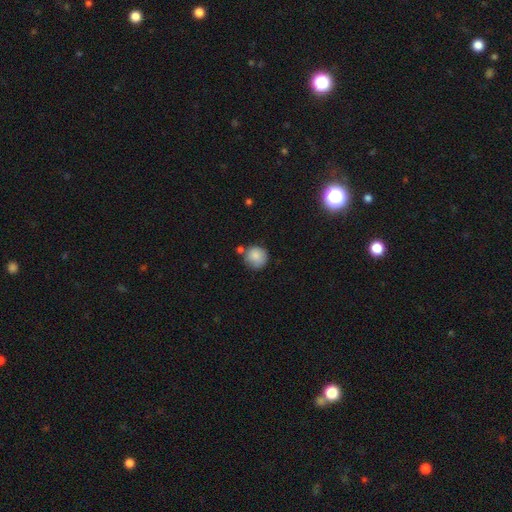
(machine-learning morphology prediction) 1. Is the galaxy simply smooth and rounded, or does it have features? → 85% smooth, 8% star or artifact, 7% featured or disk.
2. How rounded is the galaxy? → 93% round, 6% in between, 1% cigar-shaped.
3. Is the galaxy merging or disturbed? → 69% none, 17% minor disturbance, 10% merger, 4% major disturbance.